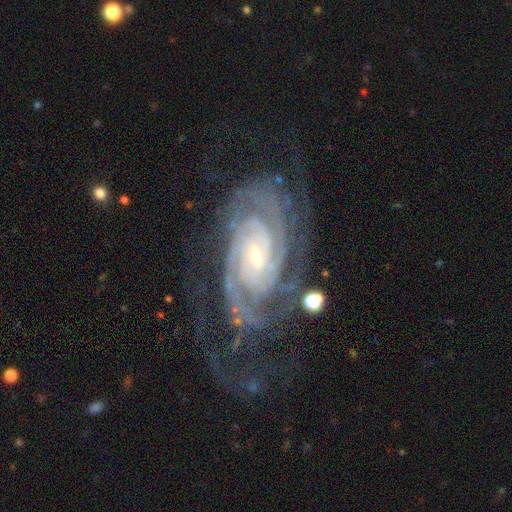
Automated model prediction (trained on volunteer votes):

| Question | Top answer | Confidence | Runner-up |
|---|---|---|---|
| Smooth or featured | featured or disk | 91% | star or artifact (6%) |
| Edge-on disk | no | 96% | yes (4%) |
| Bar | no | 47% | weak (36%) |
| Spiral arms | yes | 99% | no (1%) |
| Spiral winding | tight | 77% | medium (20%) |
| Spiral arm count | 2 | 32% | 3 (19%) |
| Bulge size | small | 74% | moderate (21%) |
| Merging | none | 63% | minor disturbance (19%) |